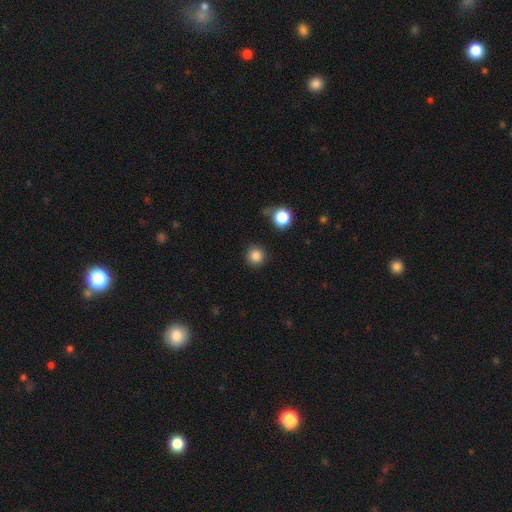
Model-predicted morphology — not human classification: A smooth galaxy with no disk features (85%) that is round (94%). Merging: none (88%).